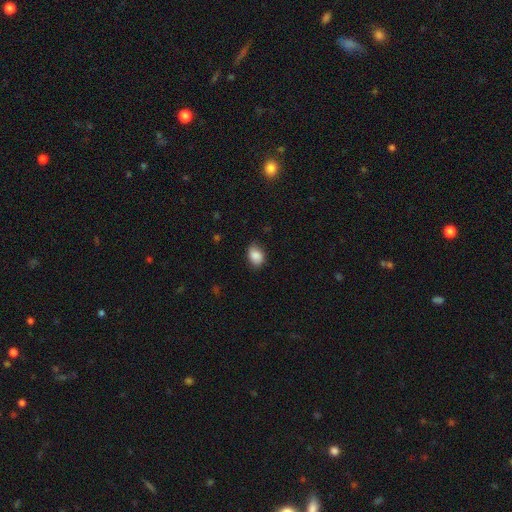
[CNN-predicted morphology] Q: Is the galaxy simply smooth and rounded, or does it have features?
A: smooth — 87%.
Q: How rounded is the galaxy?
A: in between — 73%.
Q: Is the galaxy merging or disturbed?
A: none — 76%.